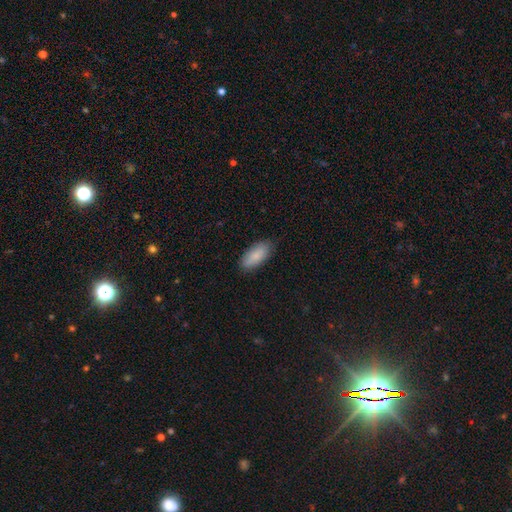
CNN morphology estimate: Smooth or featured? smooth (86%)
How rounded? in between (89%)
Merging? none (83%)